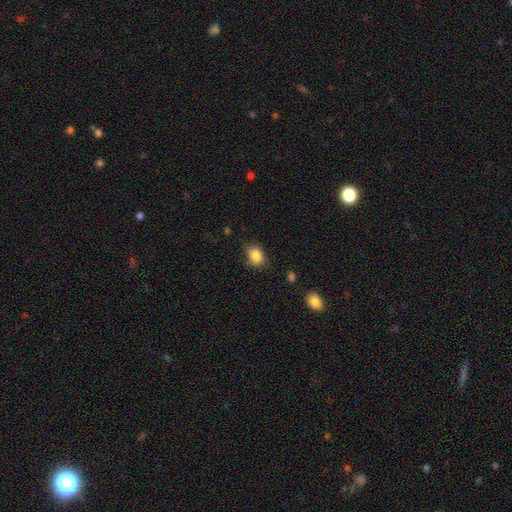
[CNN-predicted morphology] This is clearly a smooth galaxy (85%). How rounded: possibly in between (59%). Merging: likely none (70%).